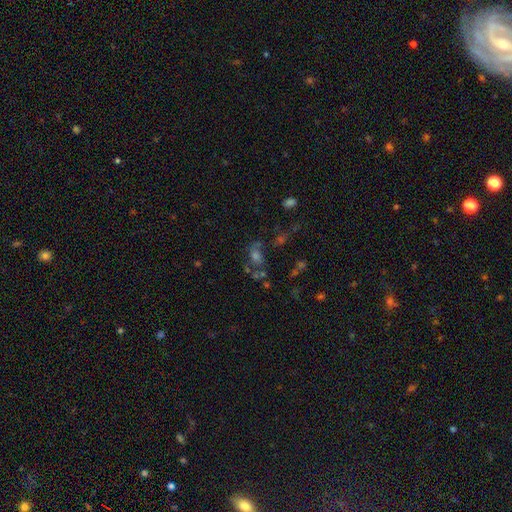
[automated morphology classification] smooth-or-featured: star or artifact: 37% (tied) | smooth: 37% (tied) | featured or disk: 26%